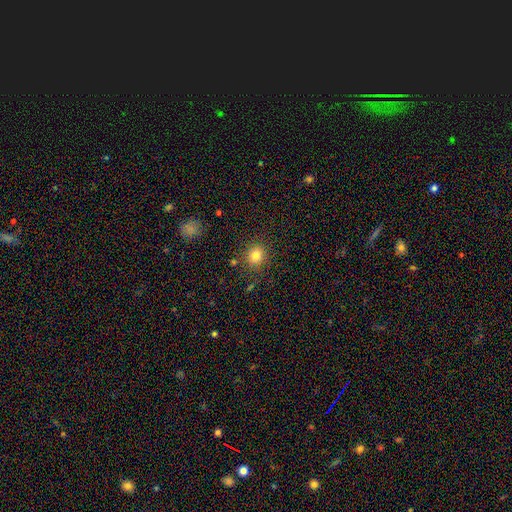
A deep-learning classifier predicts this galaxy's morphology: A smooth galaxy with no disk features (81%) that is round (81%).

Vote fractions:
- Smooth or featured? smooth: 81% / star or artifact: 12% / featured or disk: 6%
- How rounded? round: 81% / in between: 18% / cigar-shaped: 1%
- Merging? none: 85% / minor disturbance: 9% / major disturbance: 3% / merger: 3%